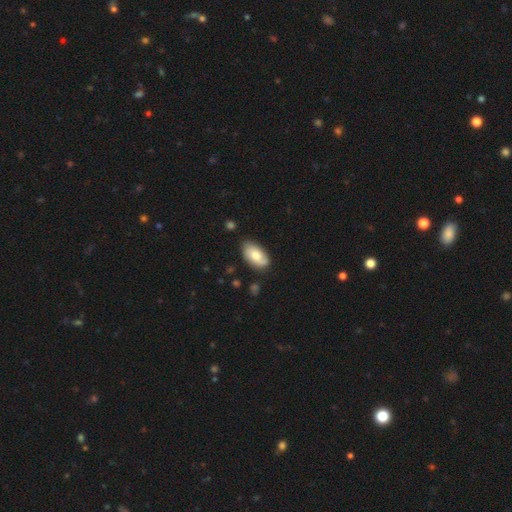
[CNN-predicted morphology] smooth-or-featured: smooth: 66% | featured or disk: 28% | star or artifact: 6%
  how-rounded: in between: 93% | round: 4% | cigar-shaped: 2%
  merging: none: 72% | minor disturbance: 21% | major disturbance: 4% | merger: 2%